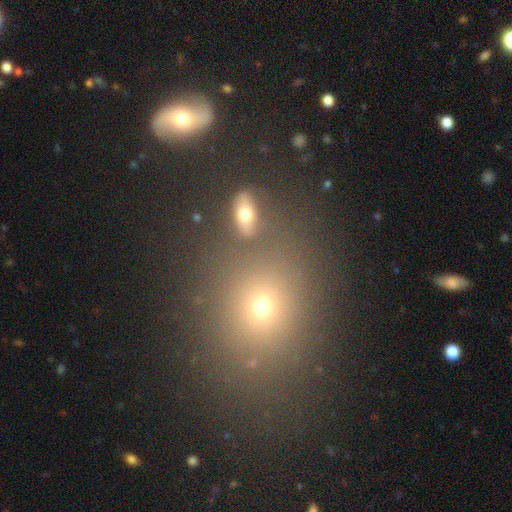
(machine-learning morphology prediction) type=smooth (60%); roundness=round (60%); merging=none (75%).